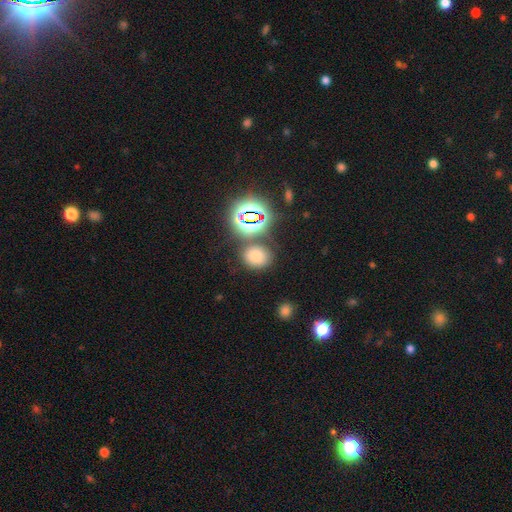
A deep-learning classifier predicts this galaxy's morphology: smooth-or-featured: smooth: 68% | star or artifact: 25% | featured or disk: 7%
  how-rounded: round: 56% | in between: 43% | cigar-shaped: 1%
  merging: none: 75% | minor disturbance: 12% | merger: 9% | major disturbance: 4%